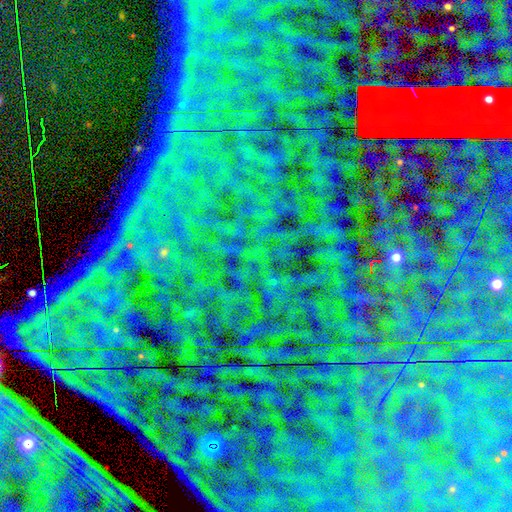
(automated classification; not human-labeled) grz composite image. It shows a star or artifact, not a galaxy (85%).